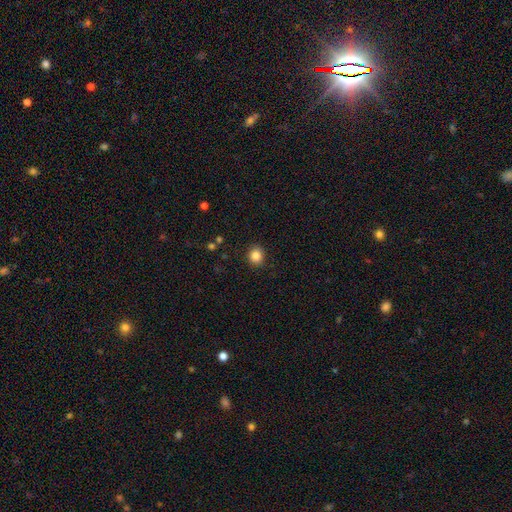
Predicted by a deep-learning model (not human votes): Smooth or featured? Predicted: smooth (p=0.85). How rounded? Predicted: round (p=0.76). Merging? Predicted: none (p=0.90).